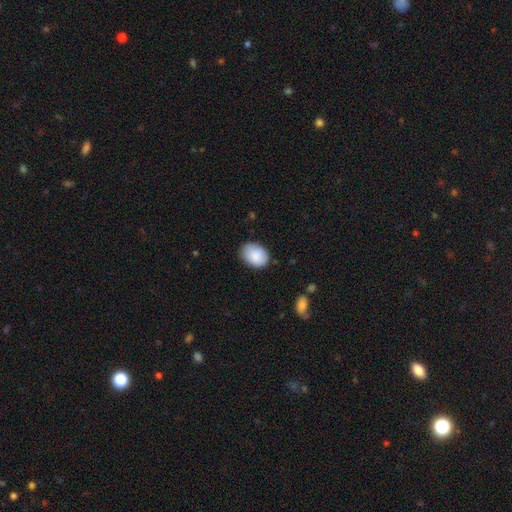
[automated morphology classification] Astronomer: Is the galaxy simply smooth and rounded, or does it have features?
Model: smooth — 87%.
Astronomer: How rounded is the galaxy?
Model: in between — 70%.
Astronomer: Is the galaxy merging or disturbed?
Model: none — 76%.